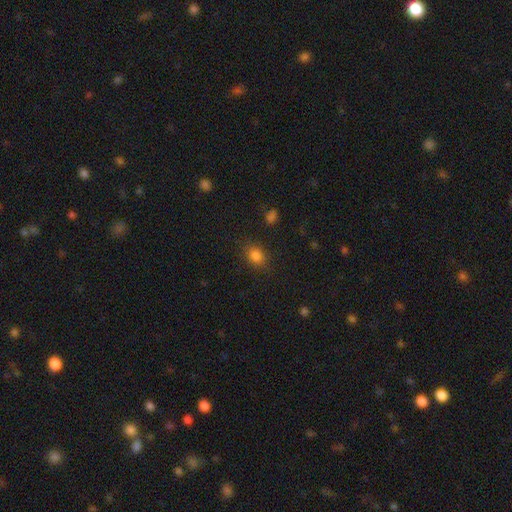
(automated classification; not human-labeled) smooth_or_featured: smooth (p=0.82) [alt: star or artifact p=0.12]
how_rounded: in between (p=0.61) [alt: round p=0.38]
merging: none (p=0.84) [alt: minor disturbance p=0.11]